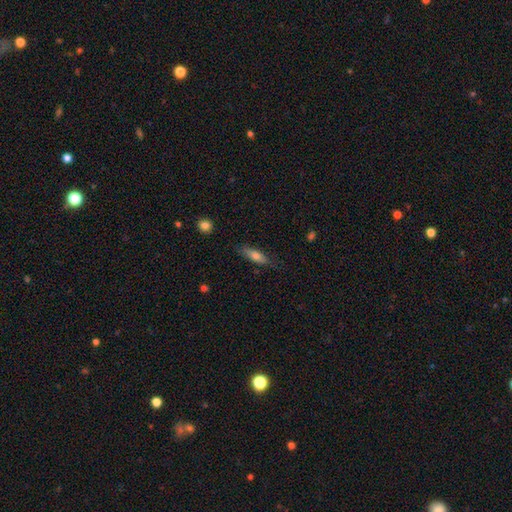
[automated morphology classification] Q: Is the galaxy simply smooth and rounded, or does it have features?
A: smooth — 69%.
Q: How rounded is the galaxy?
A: cigar-shaped — 55%.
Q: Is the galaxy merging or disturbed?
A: none — 78%.